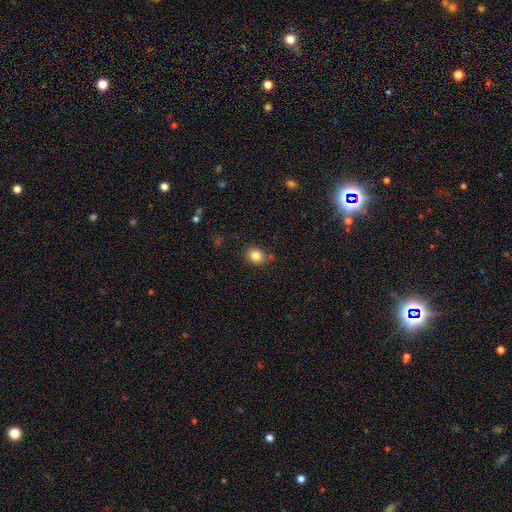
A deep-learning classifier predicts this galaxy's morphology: A smooth galaxy with no disk features (84%) that is round (54%).

Vote fractions:
- Smooth or featured? smooth: 84% / star or artifact: 10% / featured or disk: 6%
- How rounded? round: 54% / in between: 45% / cigar-shaped: 1%
- Merging? none: 80% / minor disturbance: 12% / merger: 5% / major disturbance: 3%